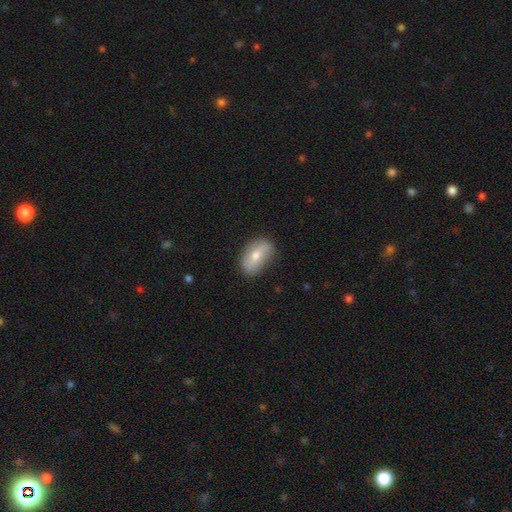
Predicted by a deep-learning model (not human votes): Smooth or featured: smooth — 62% (featured or disk — 31%)
How rounded: in between — 88% (round — 9%)
Merging: none — 77% (minor disturbance — 18%)